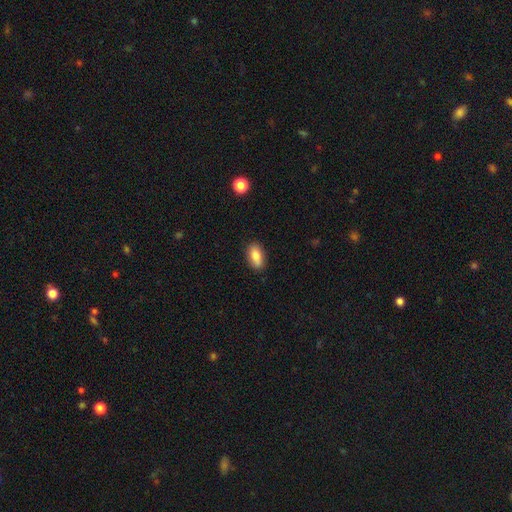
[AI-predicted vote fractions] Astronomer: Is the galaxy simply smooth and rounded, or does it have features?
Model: smooth — 82%.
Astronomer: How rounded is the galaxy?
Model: in between — 87%.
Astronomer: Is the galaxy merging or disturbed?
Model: none — 85%.